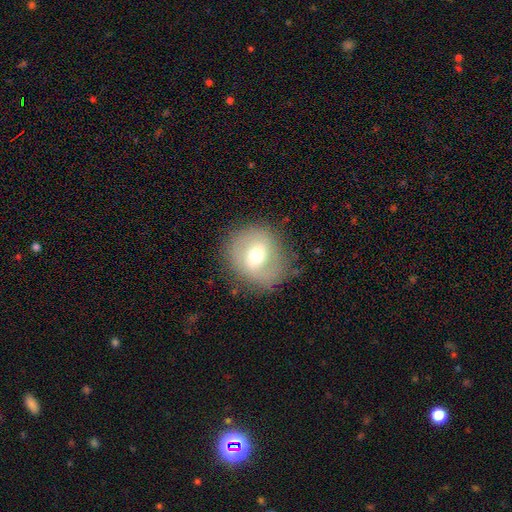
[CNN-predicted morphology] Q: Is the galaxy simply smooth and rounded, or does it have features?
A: featured or disk — 49%.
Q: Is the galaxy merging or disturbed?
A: none — 75%.